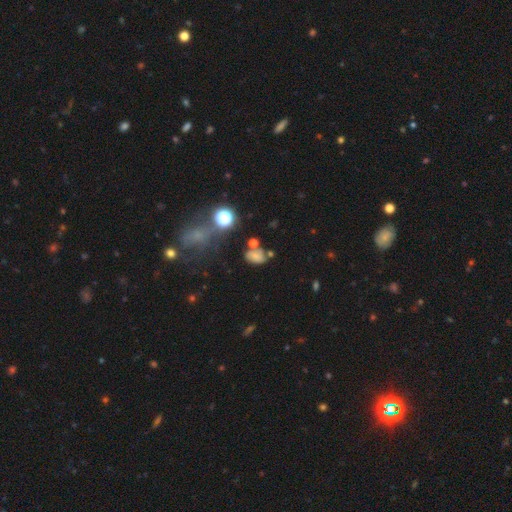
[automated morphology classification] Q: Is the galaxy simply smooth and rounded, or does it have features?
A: smooth — 58%.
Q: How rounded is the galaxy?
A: in between — 76%.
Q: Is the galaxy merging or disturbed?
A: none — 49%.